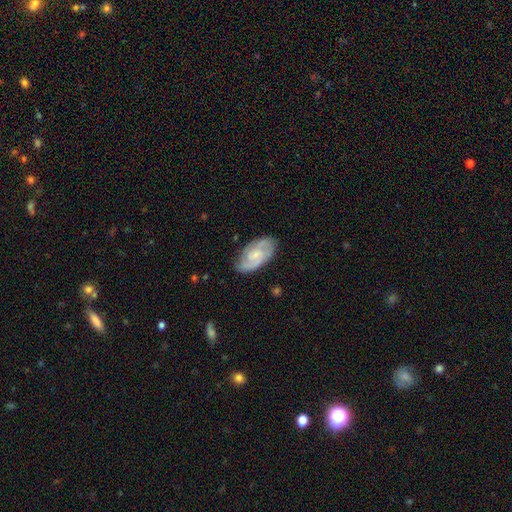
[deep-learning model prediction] Smooth or featured? Predicted: featured or disk (p=0.75). Edge-on disk? Predicted: no (p=0.96). Bar? Predicted: no (p=0.52). Spiral arms? Predicted: yes (p=0.94). Spiral winding? Predicted: tight (p=0.46). Spiral arm count? Predicted: 2 (p=0.70). Bulge size? Predicted: small (p=0.59). Merging? Predicted: none (p=0.79).